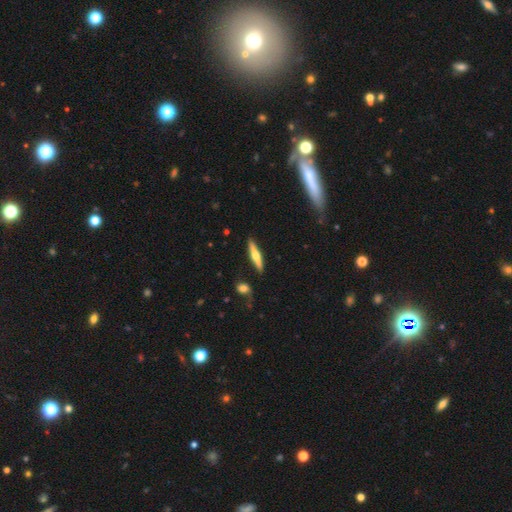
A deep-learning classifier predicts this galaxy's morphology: Smooth or featured: featured or disk — 56% (smooth — 39%)
Edge-on disk: yes — 95% (no — 5%)
Edge-on bulge: rounded — 92% (none — 5%)
Merging: none — 87% (minor disturbance — 9%)